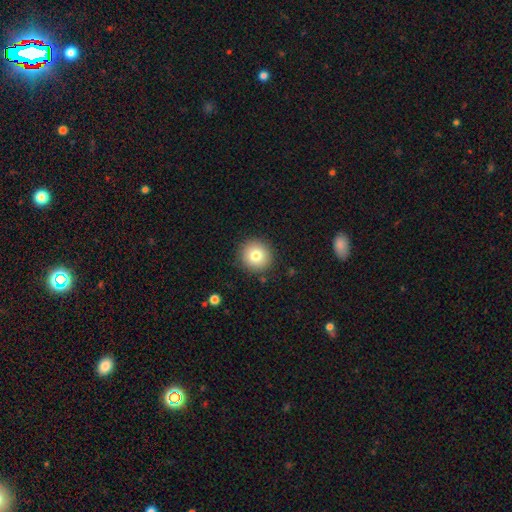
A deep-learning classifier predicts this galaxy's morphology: A smooth galaxy with no disk features (79%) that is round (95%).

Vote fractions:
- Smooth or featured? smooth: 79% / featured or disk: 11% / star or artifact: 10%
- How rounded? round: 95% / in between: 5% / cigar-shaped: 1%
- Merging? none: 89% / minor disturbance: 7% / major disturbance: 2% / merger: 1%